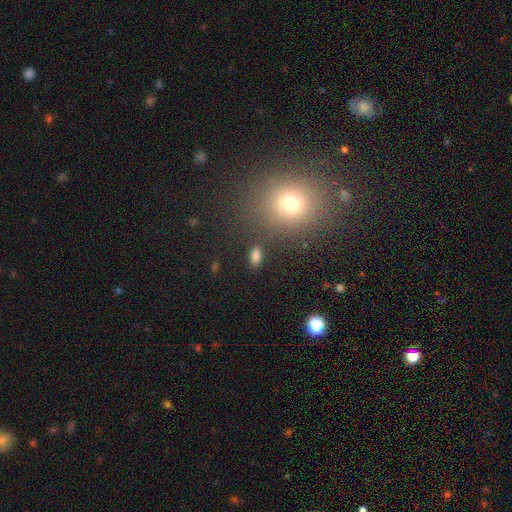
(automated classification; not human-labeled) This appears to be a smooth galaxy with no disk features (82%) that is in between round and cigar-shaped (89%). Merging: none (85%).